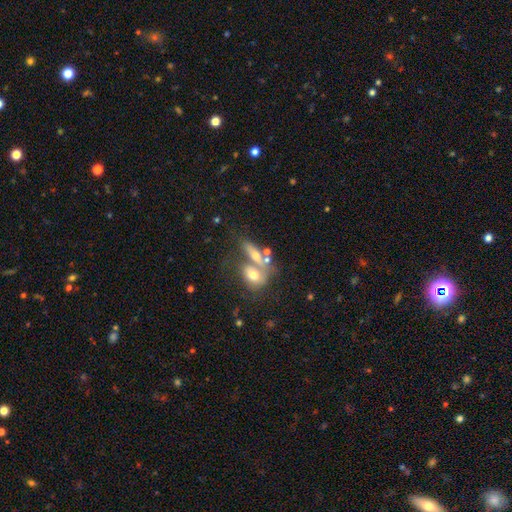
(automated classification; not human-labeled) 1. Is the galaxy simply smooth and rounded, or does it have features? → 56% smooth, 34% featured or disk, 10% star or artifact.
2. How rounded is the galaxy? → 57% in between, 28% cigar-shaped, 15% round.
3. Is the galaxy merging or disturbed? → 50% merger, 31% none, 11% minor disturbance, 8% major disturbance.